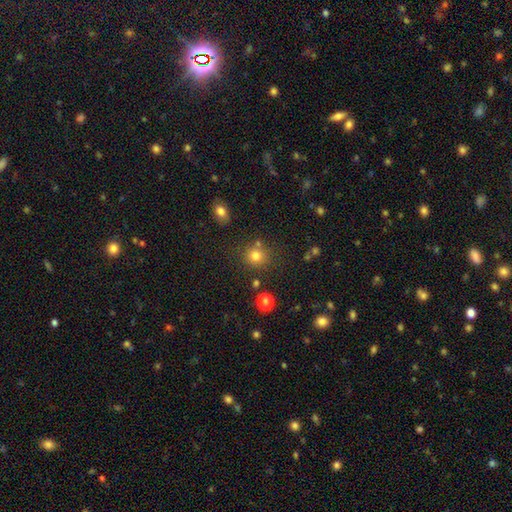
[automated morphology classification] smooth_or_featured: smooth (p=0.79) [alt: star or artifact p=0.14]
how_rounded: round (p=0.87) [alt: in between p=0.12]
merging: none (p=0.76) [alt: minor disturbance p=0.10]